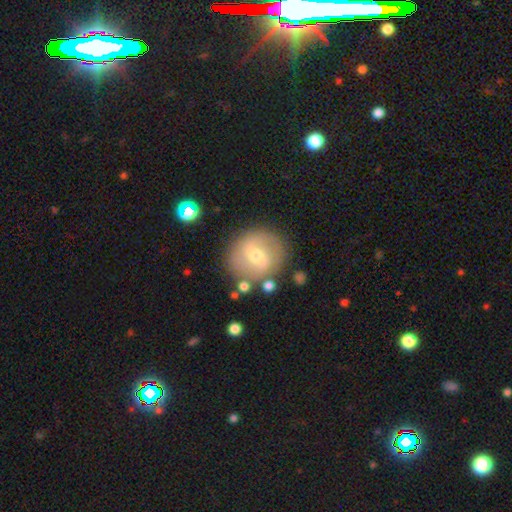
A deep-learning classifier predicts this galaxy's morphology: Smooth or featured: featured or disk — 47% (smooth — 44%)
Merging: none — 80% (minor disturbance — 11%)